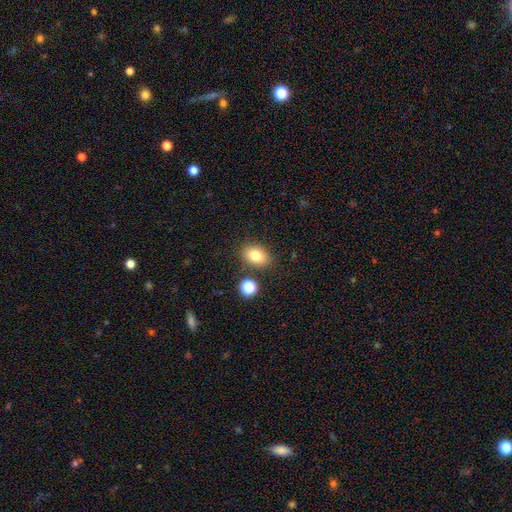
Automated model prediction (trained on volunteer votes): The model was most divided on "how rounded": in between: 74%, round: 24%, cigar-shaped: 1%. More confident: merging — none (81%); smooth or featured — smooth (80%).